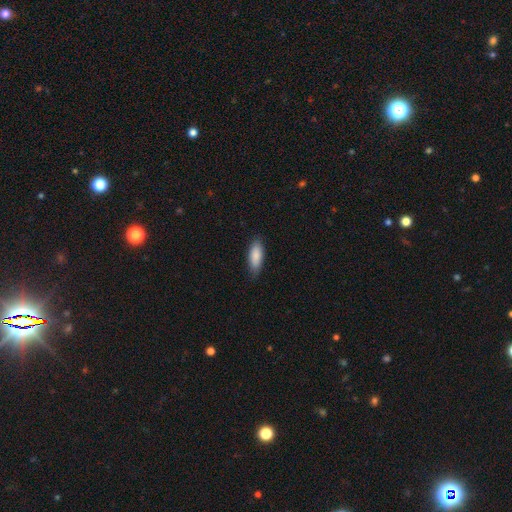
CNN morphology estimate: A smooth galaxy with no disk features (87%) that is in between round and cigar-shaped (73%). Merging: none (81%).